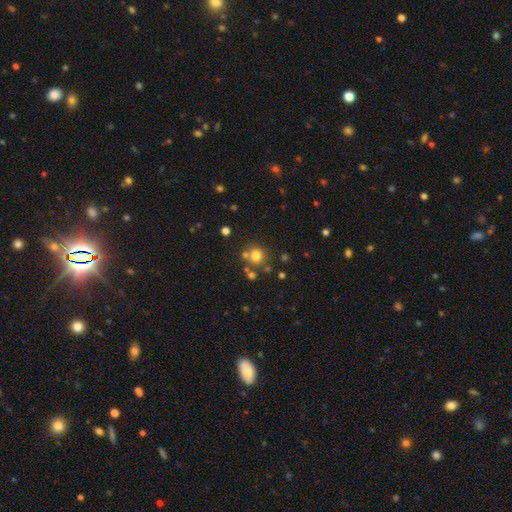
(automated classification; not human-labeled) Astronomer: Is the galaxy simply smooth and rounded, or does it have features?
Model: smooth — 73%.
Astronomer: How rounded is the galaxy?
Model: round — 81%.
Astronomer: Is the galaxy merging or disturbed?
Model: none — 64%.